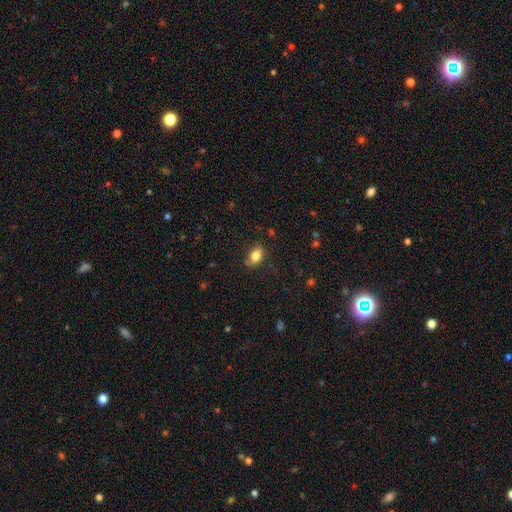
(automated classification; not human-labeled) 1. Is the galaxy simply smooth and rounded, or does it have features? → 83% smooth, 9% star or artifact, 8% featured or disk.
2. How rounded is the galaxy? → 85% in between, 12% round, 2% cigar-shaped.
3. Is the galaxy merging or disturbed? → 80% none, 15% minor disturbance, 3% major disturbance, 1% merger.